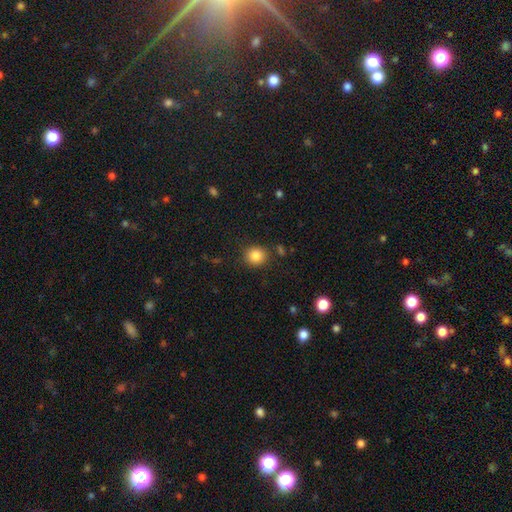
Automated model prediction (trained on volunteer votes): This appears to be a smooth galaxy with no disk features (85%) that is round (85%). Merging: none (86%).